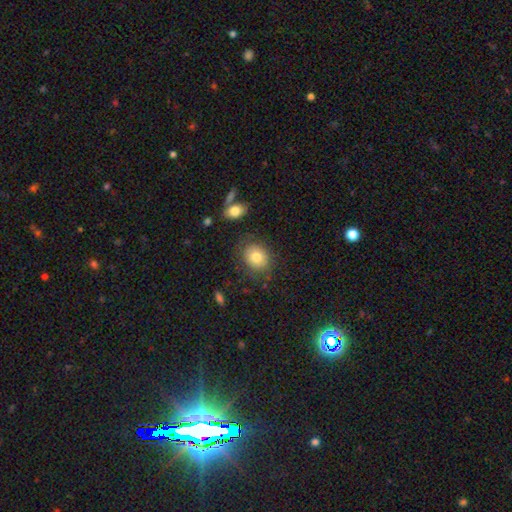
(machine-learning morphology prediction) Smooth or featured? smooth (79%)
How rounded? round (56%)
Merging? none (79%)